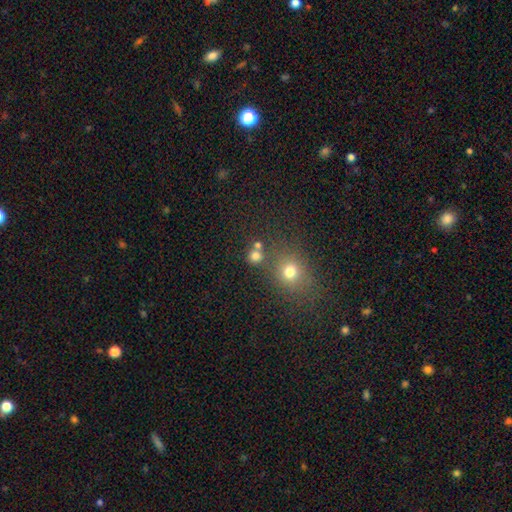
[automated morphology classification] This appears to be a smooth galaxy with no disk features (75%) that is round (87%). Merging: none (65%).